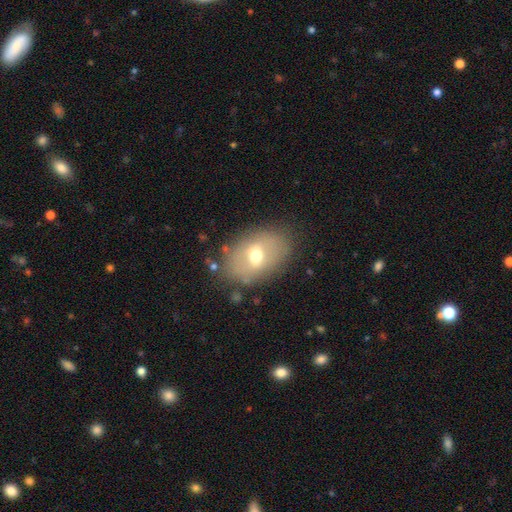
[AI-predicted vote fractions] This appears to be a smooth galaxy with no disk features (55%) that is in between round and cigar-shaped (82%). Merging: none (79%).